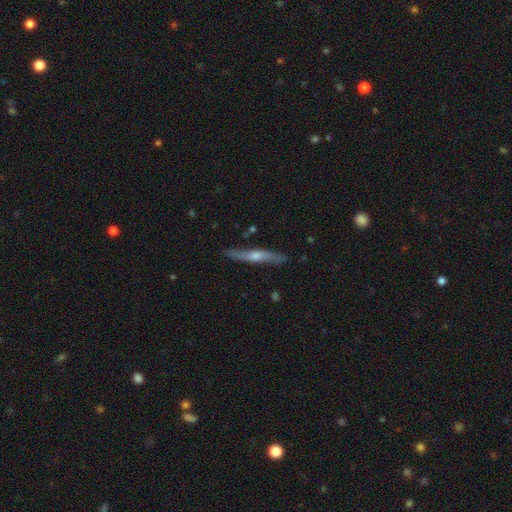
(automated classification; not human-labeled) The model was most divided on "smooth or featured": featured or disk: 70%, smooth: 24%, star or artifact: 6%. More confident: edge-on disk — yes (92%); merging — none (86%); edge-on bulge — rounded (81%).